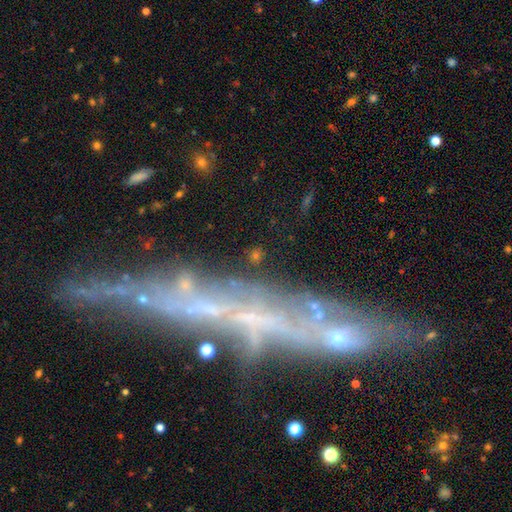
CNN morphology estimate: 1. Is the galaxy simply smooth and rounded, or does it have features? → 39% featured or disk, 33% smooth, 28% star or artifact.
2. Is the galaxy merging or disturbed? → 73% none, 13% minor disturbance, 8% major disturbance, 5% merger.